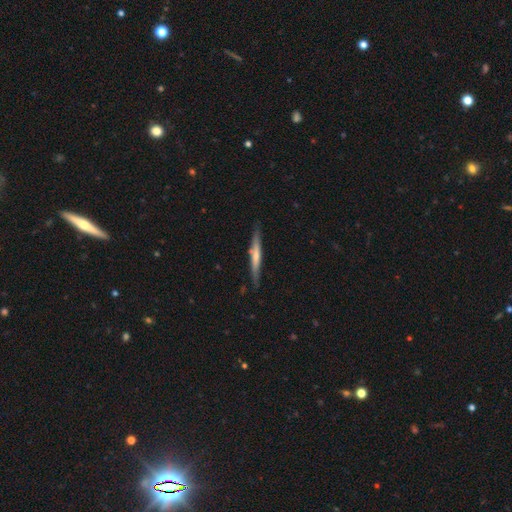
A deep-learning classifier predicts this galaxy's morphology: smooth-or-featured: featured or disk: 48% | smooth: 46% | star or artifact: 5%
  merging: none: 81% | minor disturbance: 13% | merger: 3% | major disturbance: 2%